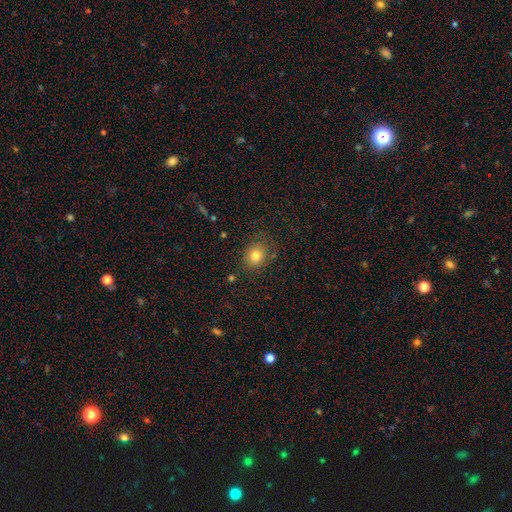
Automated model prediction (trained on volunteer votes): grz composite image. It shows a smooth galaxy with no disk features (80%) that is round (67%). Merging: none (80%).